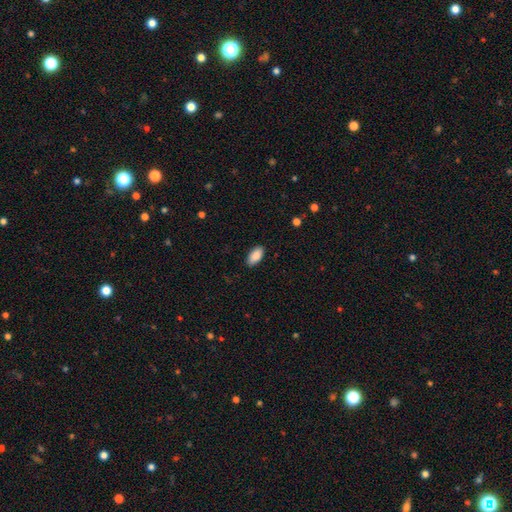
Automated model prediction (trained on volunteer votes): Smooth or featured? smooth (89%)
How rounded? in between (93%)
Merging? none (89%)